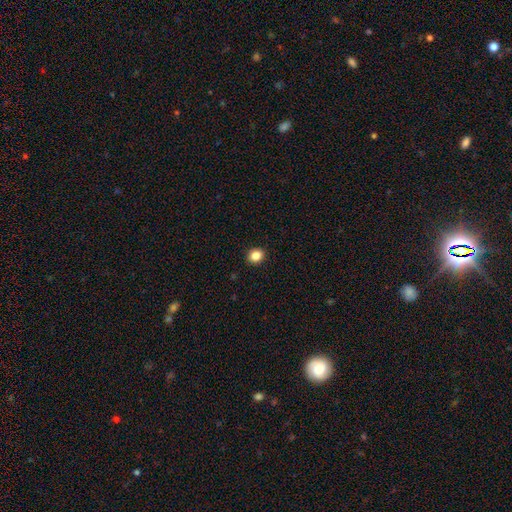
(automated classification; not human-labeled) This appears to be a smooth galaxy with no disk features (85%) that is round (73%). Merging: none (92%).